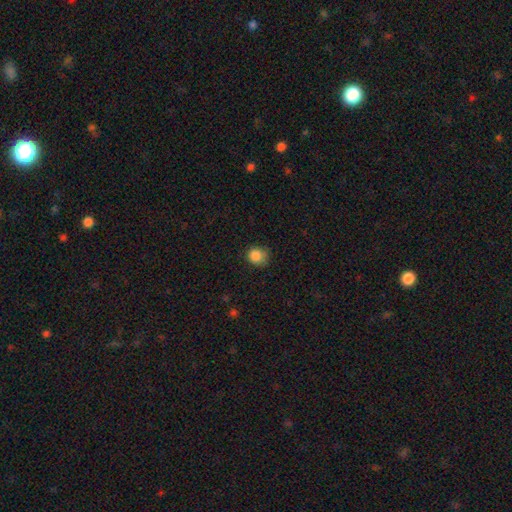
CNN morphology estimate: This is clearly a smooth galaxy (86%). How rounded: clearly round (85%). Merging: likely none (70%).